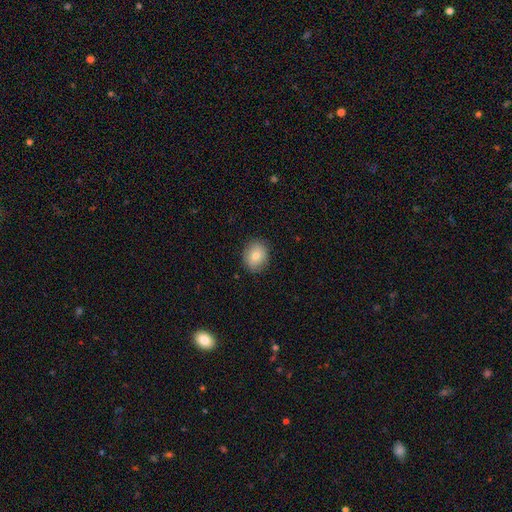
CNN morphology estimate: This is likely a smooth galaxy (78%). How rounded: possibly round (51%). Merging: clearly none (87%).